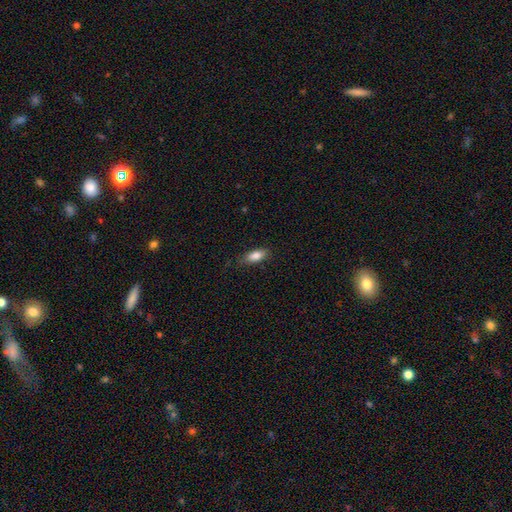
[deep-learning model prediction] This appears to be a smooth galaxy with no disk features (85%) that is in between round and cigar-shaped (80%). Merging: none (80%).